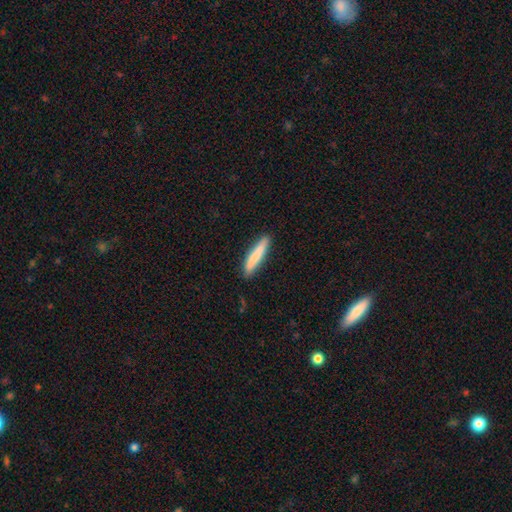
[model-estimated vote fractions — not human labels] Smooth or featured?
  - smooth: 78% *
  - featured or disk: 17%
  - star or artifact: 5%
How rounded?
  - cigar-shaped: 91% *
  - in between: 8%
  - round: 1%
Merging?
  - none: 87% *
  - minor disturbance: 10%
  - major disturbance: 2%
  - merger: 1%